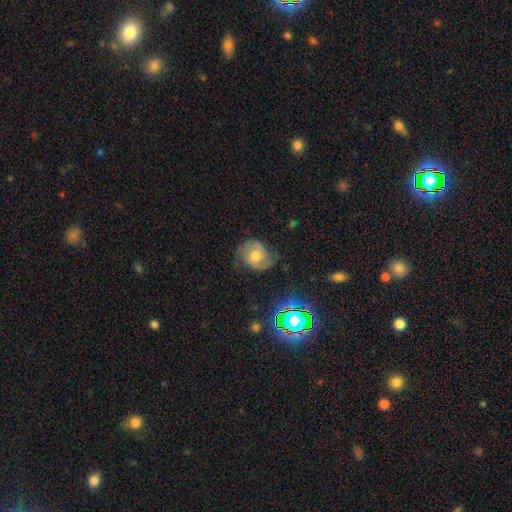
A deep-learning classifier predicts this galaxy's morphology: smooth_or_featured: featured or disk (p=0.62) [alt: smooth p=0.26]
disk_edge_on: no (p=0.97) [alt: yes p=0.03]
bar: no (p=0.61) [alt: weak p=0.32]
has_spiral_arms: yes (p=0.90) [alt: no p=0.10]
spiral_winding: medium (p=0.49) [alt: loose p=0.26]
spiral_arm_count: 2 (p=0.84) [alt: can't tell p=0.08]
bulge_size: moderate (p=0.67) [alt: small p=0.21]
merging: none (p=0.65) [alt: minor disturbance p=0.24]